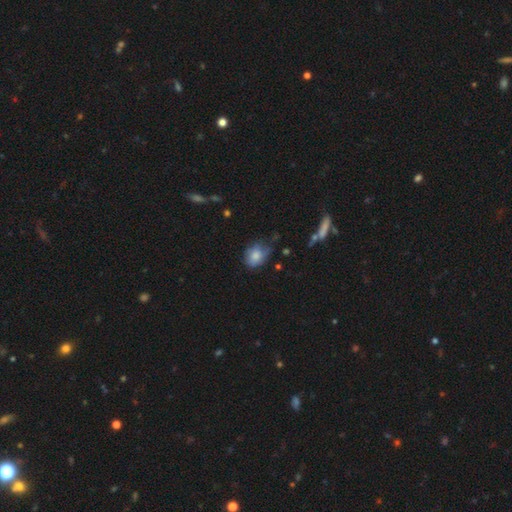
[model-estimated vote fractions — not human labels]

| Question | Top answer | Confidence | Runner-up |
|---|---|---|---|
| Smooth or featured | smooth | 79% | featured or disk (13%) |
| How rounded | in between | 57% | round (42%) |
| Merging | none | 46% | minor disturbance (38%) |